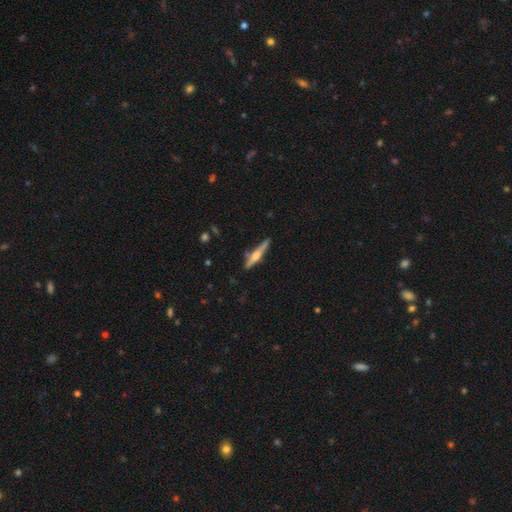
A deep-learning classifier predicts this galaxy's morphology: type=featured or disk (68%); edge-on=yes (97%); edge-on bulge=rounded (89%); merging=none (82%).